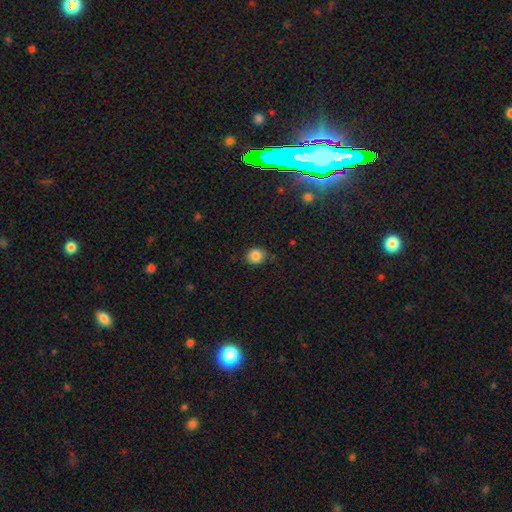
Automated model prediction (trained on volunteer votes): This appears to be a smooth galaxy with no disk features (85%) that is round (79%). Merging: none (84%).